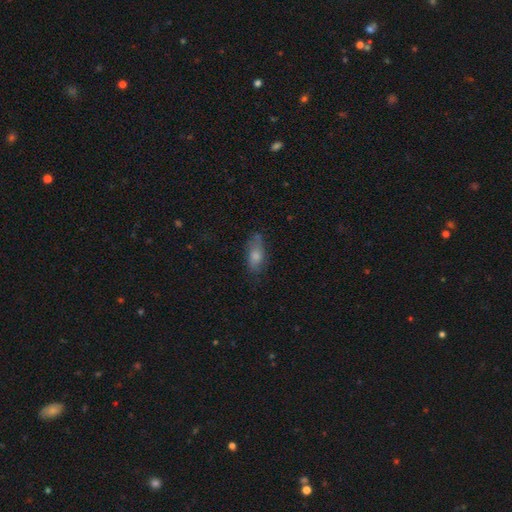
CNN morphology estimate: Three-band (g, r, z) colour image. It shows a smooth galaxy with no disk features (70%) that is in between round and cigar-shaped (81%). Merging: none (65%).